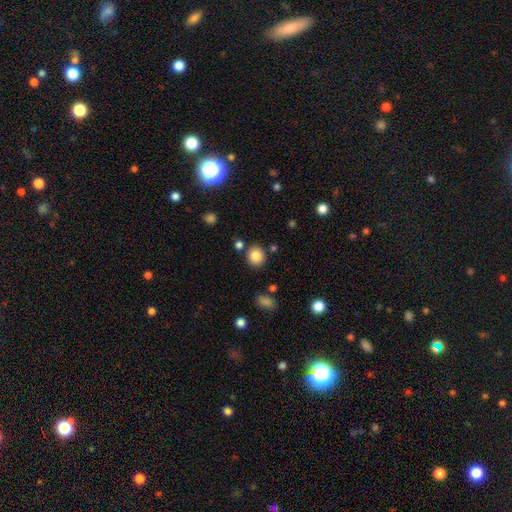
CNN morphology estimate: smooth 84%, star or artifact 10%, featured or disk 6%. Down the decision tree: how rounded — round (86%); merging — none (83%).